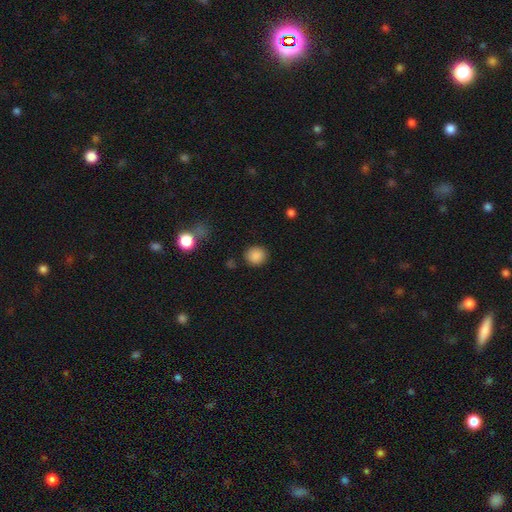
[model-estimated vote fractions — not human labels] A smooth galaxy with no disk features (87%) that is round (85%). Merging: none (87%).